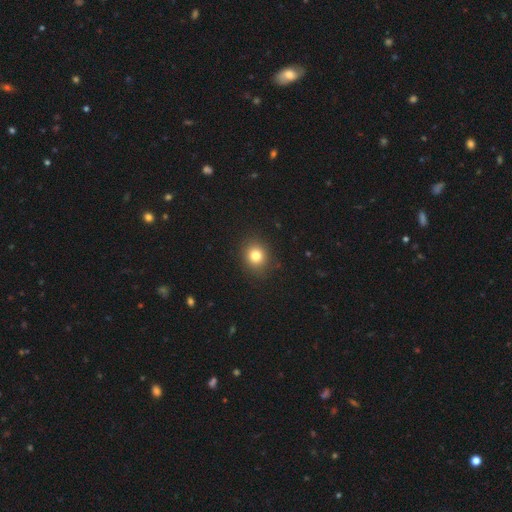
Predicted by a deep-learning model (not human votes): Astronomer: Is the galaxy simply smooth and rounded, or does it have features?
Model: smooth — 81%.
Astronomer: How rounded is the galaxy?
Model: round — 75%.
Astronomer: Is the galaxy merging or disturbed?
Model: none — 89%.